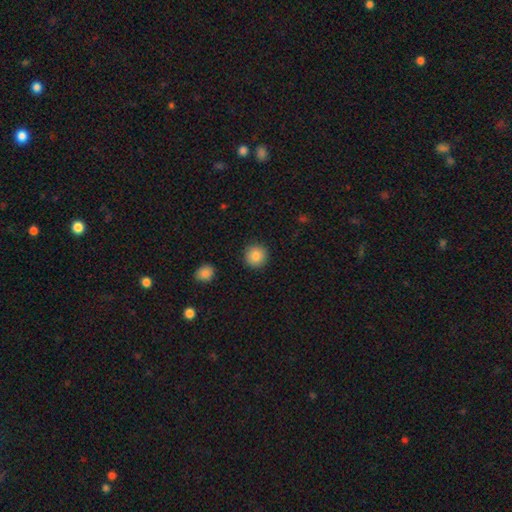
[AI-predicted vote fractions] Smooth or featured? Predicted: smooth (p=0.87). How rounded? Predicted: round (p=0.94). Merging? Predicted: none (p=0.92).